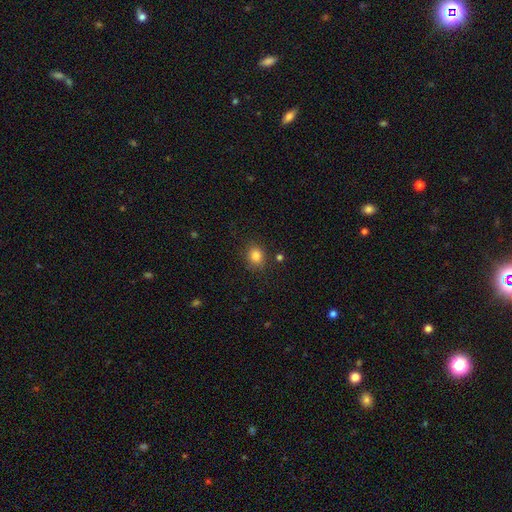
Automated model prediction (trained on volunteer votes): Q: Smooth or featured?
A: smooth (84%); runner-up: star or artifact (11%)
Q: How rounded?
A: round (71%); runner-up: in between (28%)
Q: Merging?
A: none (83%); runner-up: minor disturbance (11%)